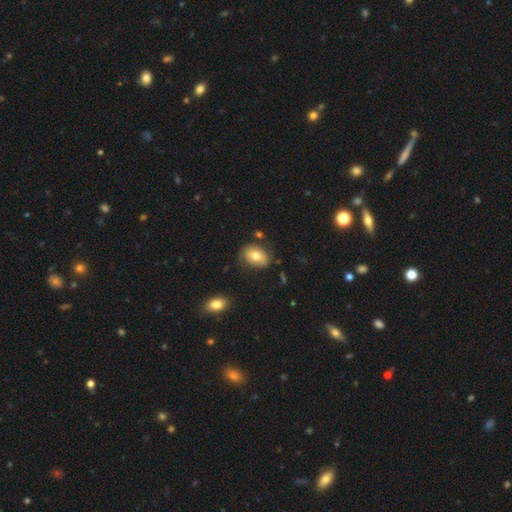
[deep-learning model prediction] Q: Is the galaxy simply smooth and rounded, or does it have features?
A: smooth — 73%.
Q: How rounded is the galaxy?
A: in between — 79%.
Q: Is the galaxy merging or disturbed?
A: none — 74%.